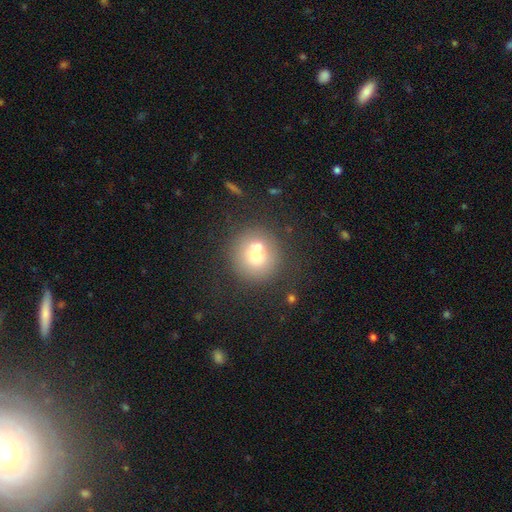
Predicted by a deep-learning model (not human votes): Smooth or featured: smooth — 65% (featured or disk — 22%)
How rounded: round — 94% (in between — 5%)
Merging: none — 57% (merger — 32%)